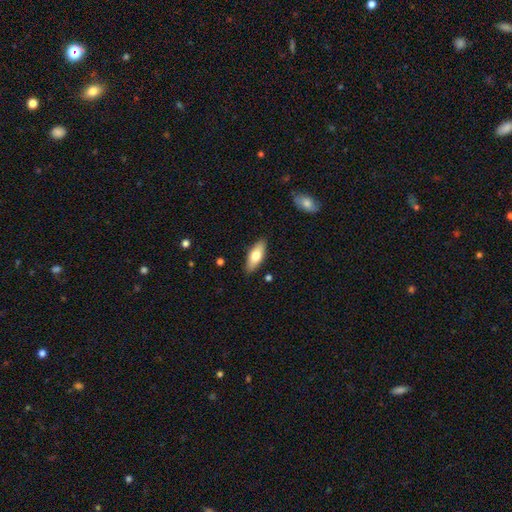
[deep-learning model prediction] smooth_or_featured: smooth (p=0.69) [alt: featured or disk p=0.25]
how_rounded: in between (p=0.76) [alt: cigar-shaped p=0.22]
merging: none (p=0.88) [alt: minor disturbance p=0.09]